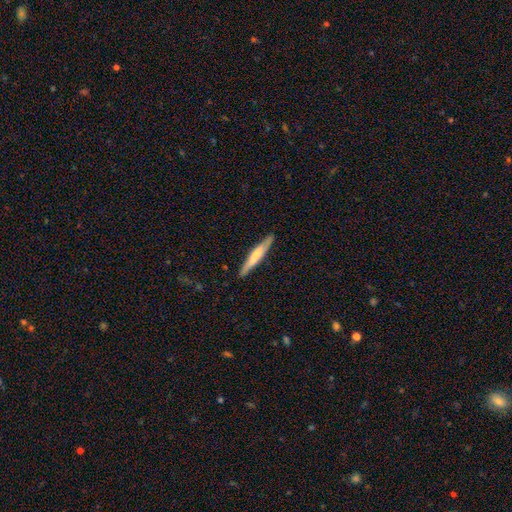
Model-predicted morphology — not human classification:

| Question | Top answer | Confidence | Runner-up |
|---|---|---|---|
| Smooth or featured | smooth | 58% | featured or disk (37%) |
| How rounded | cigar-shaped | 94% | in between (5%) |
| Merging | none | 88% | minor disturbance (9%) |